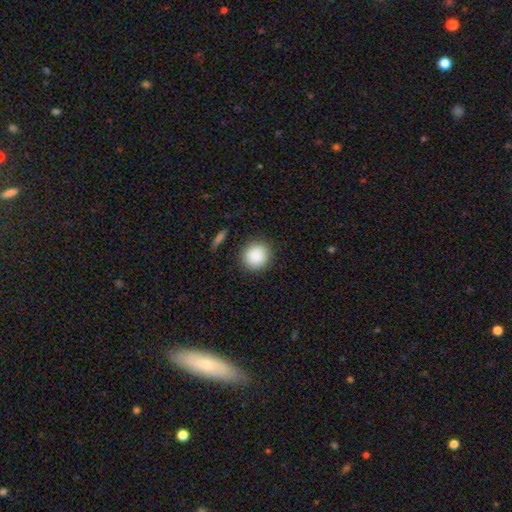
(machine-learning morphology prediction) type=smooth (89%); roundness=round (91%); merging=none (88%).